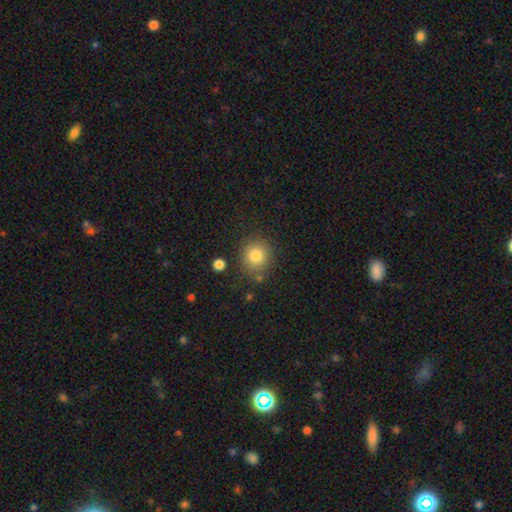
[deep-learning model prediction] smooth_or_featured: smooth (p=0.83) [alt: star or artifact p=0.11]
how_rounded: round (p=0.87) [alt: in between p=0.12]
merging: none (p=0.81) [alt: minor disturbance p=0.11]